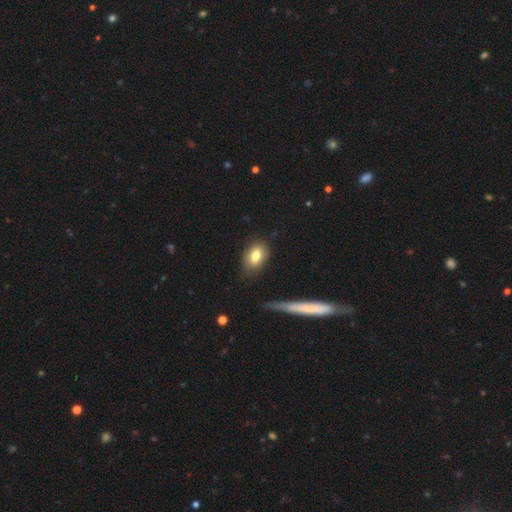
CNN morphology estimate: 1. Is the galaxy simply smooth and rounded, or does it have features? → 81% smooth, 11% featured or disk, 8% star or artifact.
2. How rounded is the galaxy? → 83% in between, 14% round, 3% cigar-shaped.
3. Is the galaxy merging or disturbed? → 80% none, 15% minor disturbance, 3% major disturbance, 2% merger.